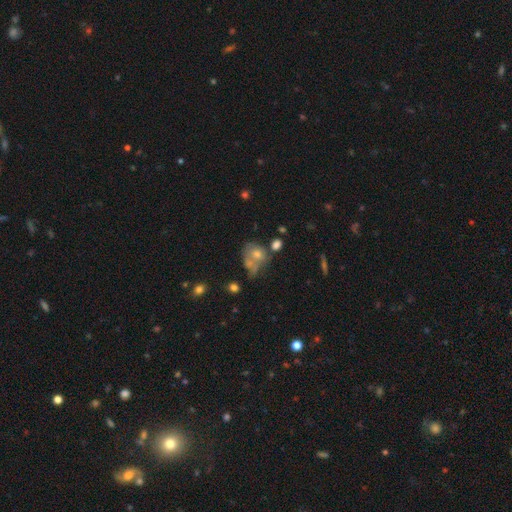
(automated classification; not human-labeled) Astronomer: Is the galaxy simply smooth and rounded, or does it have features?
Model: smooth — 61%.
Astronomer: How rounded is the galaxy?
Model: in between — 56% (runner-up: round, 43%).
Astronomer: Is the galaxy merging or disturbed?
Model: merger — 35% (runner-up: none, 29%).